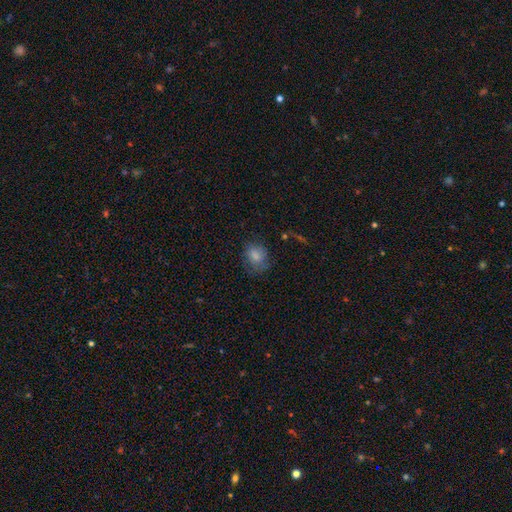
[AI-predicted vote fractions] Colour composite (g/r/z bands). It shows a smooth galaxy with no disk features (80%) that is round (60%). Merging: none (66%).